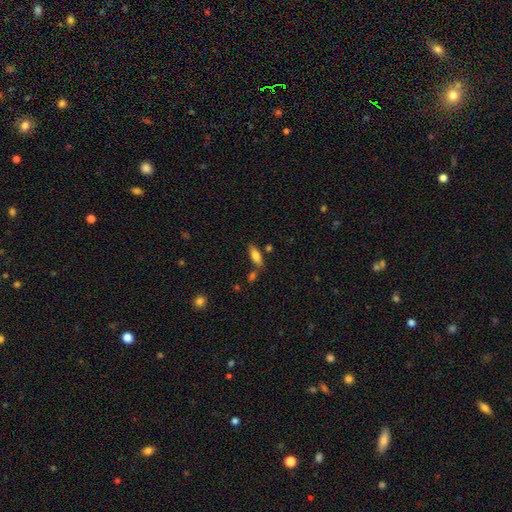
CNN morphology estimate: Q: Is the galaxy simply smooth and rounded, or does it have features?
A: smooth — 76%.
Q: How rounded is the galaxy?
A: in between — 73%.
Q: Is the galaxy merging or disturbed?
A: none — 70%.